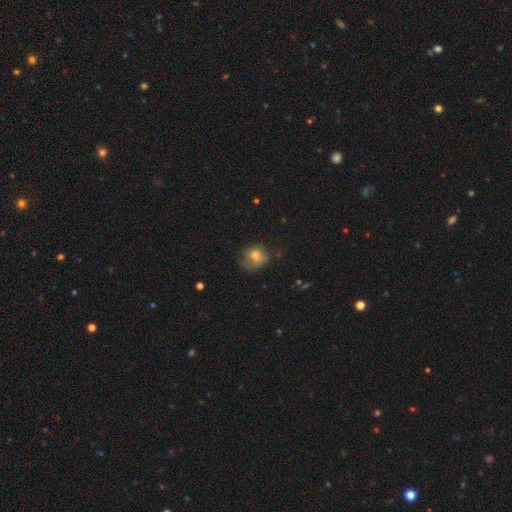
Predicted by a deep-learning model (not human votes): Smooth or featured?
  - smooth: 74% *
  - featured or disk: 15%
  - star or artifact: 11%
How rounded?
  - round: 62% *
  - in between: 37%
  - cigar-shaped: 1%
Merging?
  - none: 52% *
  - minor disturbance: 30%
  - major disturbance: 16%
  - merger: 2%